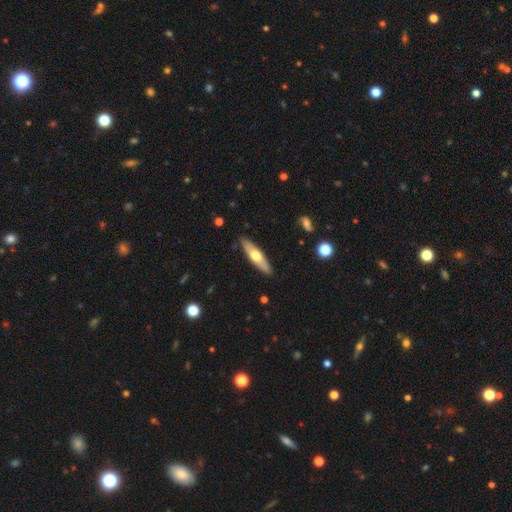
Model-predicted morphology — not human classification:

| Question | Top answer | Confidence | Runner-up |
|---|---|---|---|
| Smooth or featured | smooth | 51% | featured or disk (45%) |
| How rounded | cigar-shaped | 68% | in between (30%) |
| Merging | none | 89% | minor disturbance (8%) |